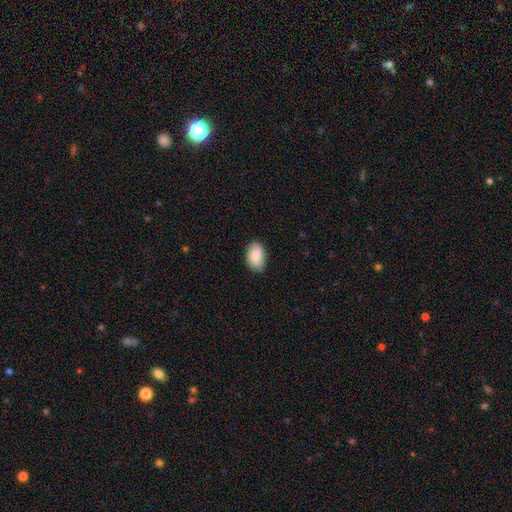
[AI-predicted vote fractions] smooth-or-featured: smooth: 84% | featured or disk: 9% | star or artifact: 7%
  how-rounded: in between: 89% | round: 10% | cigar-shaped: 1%
  merging: none: 74% | minor disturbance: 22% | major disturbance: 3% | merger: 1%